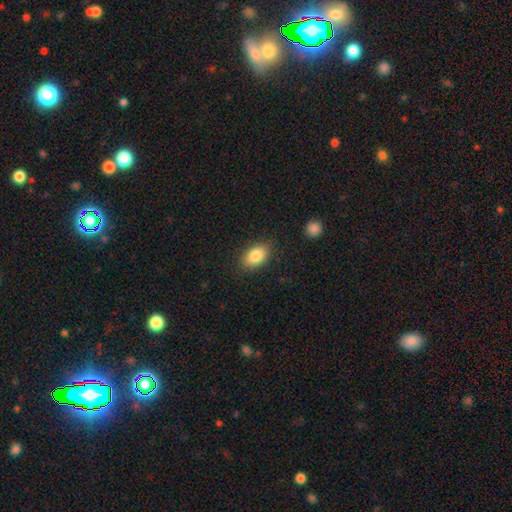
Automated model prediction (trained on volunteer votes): Morphology: type=smooth (85%); roundness=in between (89%); merging=none (85%).